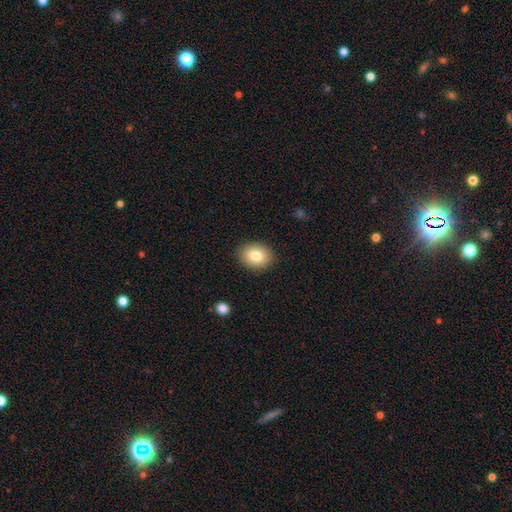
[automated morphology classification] A smooth galaxy with no disk features (82%) that is in between round and cigar-shaped (61%). Merging: none (89%).